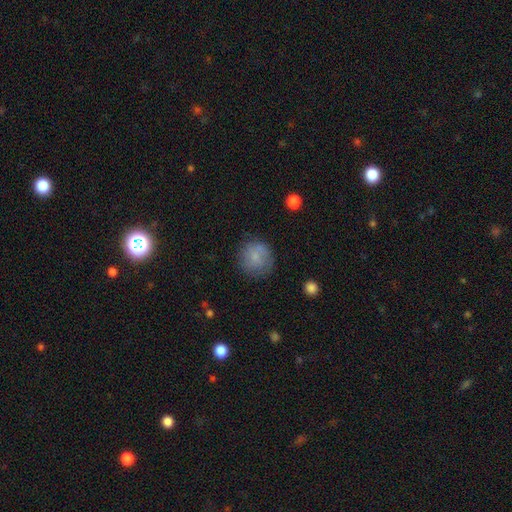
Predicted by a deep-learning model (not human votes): Q: Smooth or featured?
A: smooth (74%); runner-up: featured or disk (17%)
Q: How rounded?
A: round (90%); runner-up: in between (9%)
Q: Merging?
A: none (72%); runner-up: minor disturbance (18%)